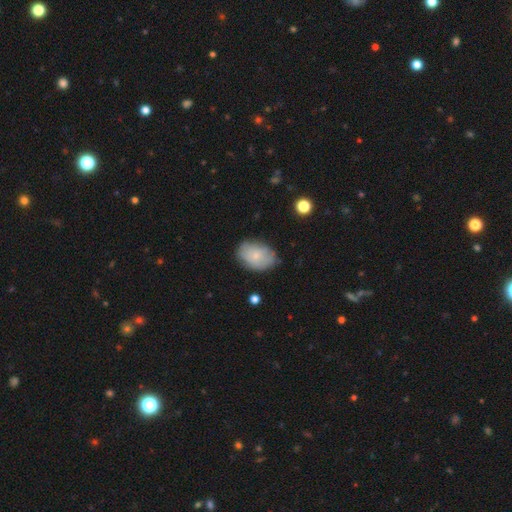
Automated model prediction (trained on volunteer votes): smooth_or_featured: smooth (p=0.69) [alt: featured or disk p=0.24]
how_rounded: in between (p=0.83) [alt: round p=0.16]
merging: none (p=0.75) [alt: minor disturbance p=0.19]